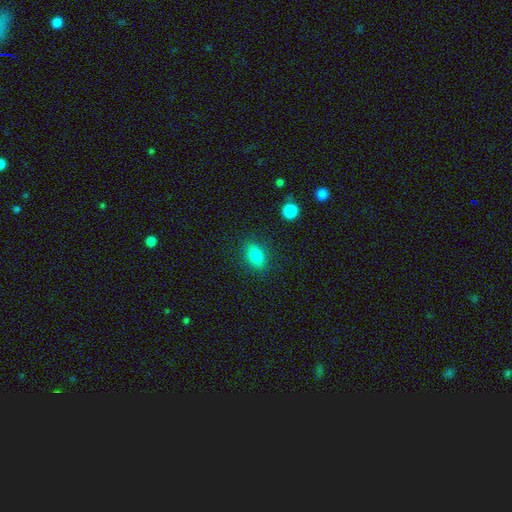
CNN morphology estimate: type=smooth (83%); roundness=in between (82%); merging=none (85%).